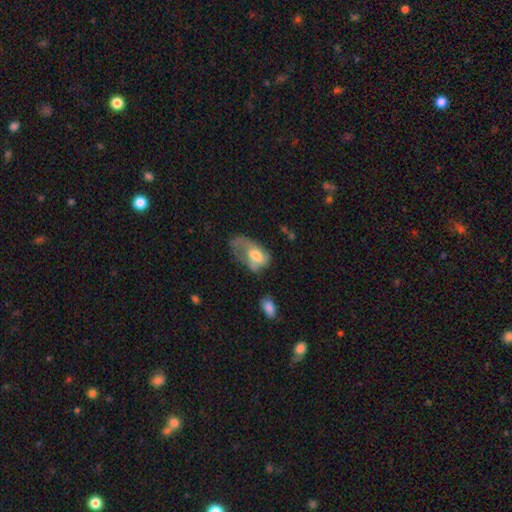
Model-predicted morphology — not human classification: Smooth or featured?
  - smooth: 51% *
  - featured or disk: 41%
  - star or artifact: 7%
How rounded?
  - in between: 87% *
  - round: 11%
  - cigar-shaped: 2%
Merging?
  - major disturbance: 53% *
  - minor disturbance: 24%
  - none: 18%
  - merger: 6%